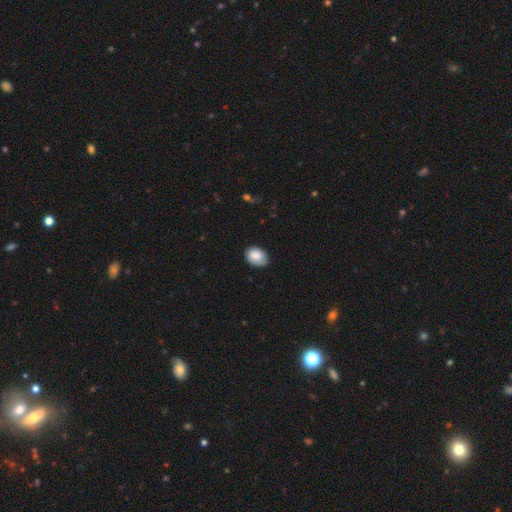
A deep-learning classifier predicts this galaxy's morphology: A smooth galaxy with no disk features (83%) that is in between round and cigar-shaped (72%). Merging: none (70%).